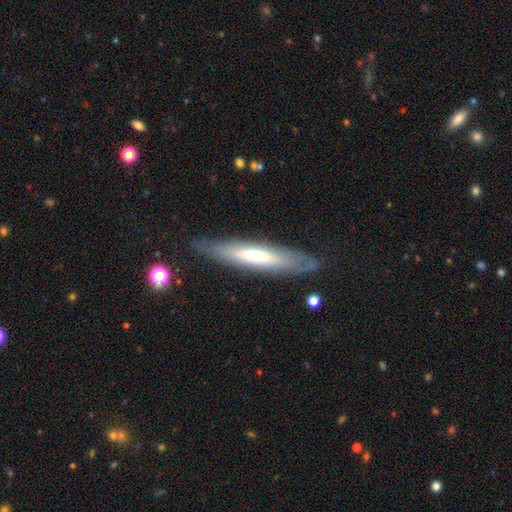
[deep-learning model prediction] Overall: smooth (49%; featured or disk 44%). Merging: none (82%).